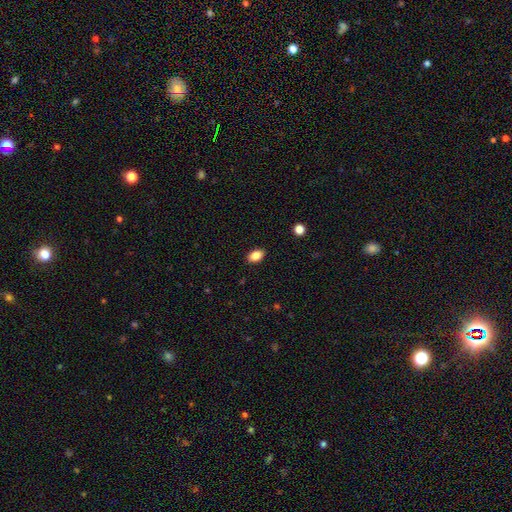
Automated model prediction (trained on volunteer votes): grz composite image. It shows a smooth galaxy with no disk features (87%) that is in between round and cigar-shaped (87%). Merging: none (89%).